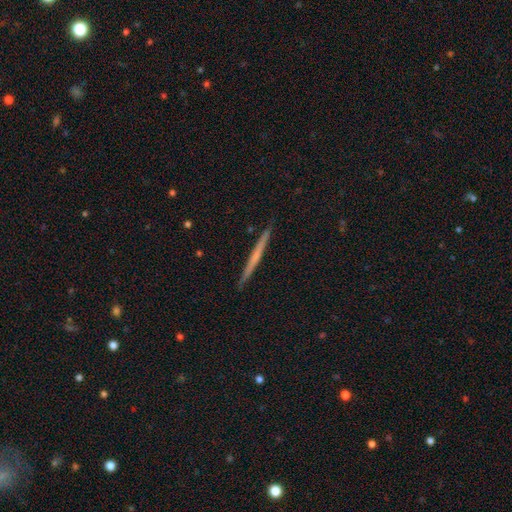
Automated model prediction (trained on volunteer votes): Smooth or featured?
  - featured or disk: 56% *
  - smooth: 39%
  - star or artifact: 5%
Edge-on disk?
  - yes: 98% *
  - no: 2%
Edge-on bulge?
  - none: 82% *
  - rounded: 13%
  - boxy: 5%
Merging?
  - none: 92% *
  - minor disturbance: 6%
  - major disturbance: 1%
  - merger: 1%